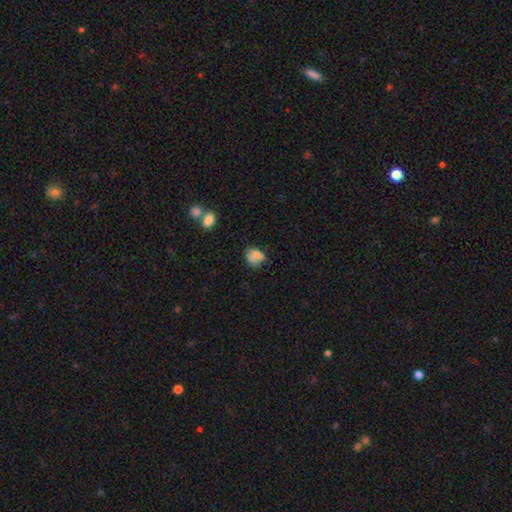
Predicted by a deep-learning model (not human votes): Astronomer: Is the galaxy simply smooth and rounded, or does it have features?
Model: smooth — 73%.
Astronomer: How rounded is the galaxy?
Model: in between — 59% (runner-up: round, 40%).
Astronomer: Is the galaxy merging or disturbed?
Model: none — 38% (runner-up: minor disturbance, 29%).